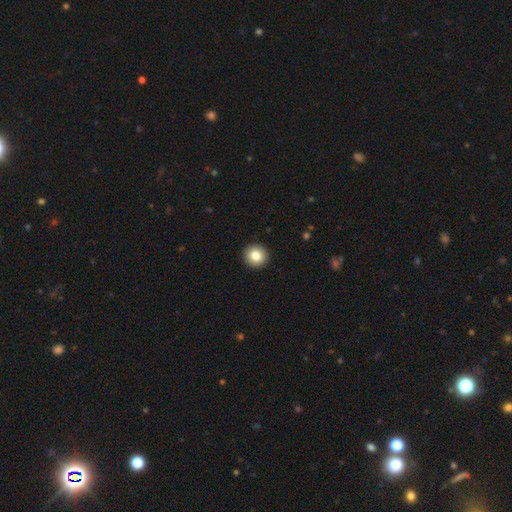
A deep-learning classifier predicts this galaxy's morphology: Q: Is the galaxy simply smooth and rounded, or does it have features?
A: smooth — 83%.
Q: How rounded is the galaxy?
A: round — 94%.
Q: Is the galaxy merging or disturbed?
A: none — 93%.